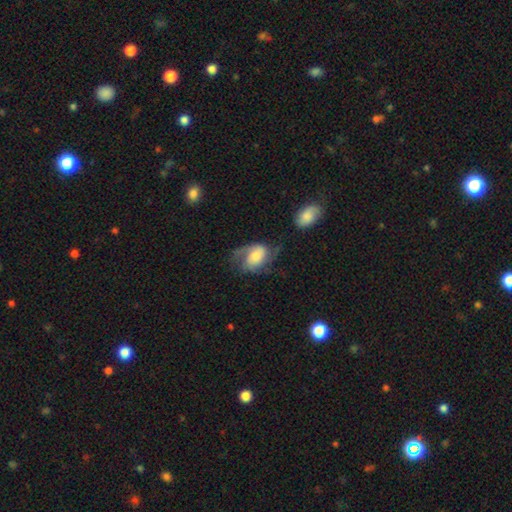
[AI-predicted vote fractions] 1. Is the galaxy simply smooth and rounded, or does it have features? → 61% featured or disk, 32% smooth, 7% star or artifact.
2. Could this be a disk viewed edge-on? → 96% no, 4% yes.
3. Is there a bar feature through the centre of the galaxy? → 62% no, 30% weak, 7% strong.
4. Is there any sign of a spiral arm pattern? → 87% yes, 13% no.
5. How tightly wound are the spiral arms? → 44% medium, 38% loose, 19% tight.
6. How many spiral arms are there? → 66% 2, 14% 1, 11% can't tell, 6% 3, 2% 4, 2% more than 4.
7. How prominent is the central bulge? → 46% moderate, 29% small, 17% large, 4% none, 3% dominant.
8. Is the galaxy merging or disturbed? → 43% none, 28% major disturbance, 25% minor disturbance, 4% merger.